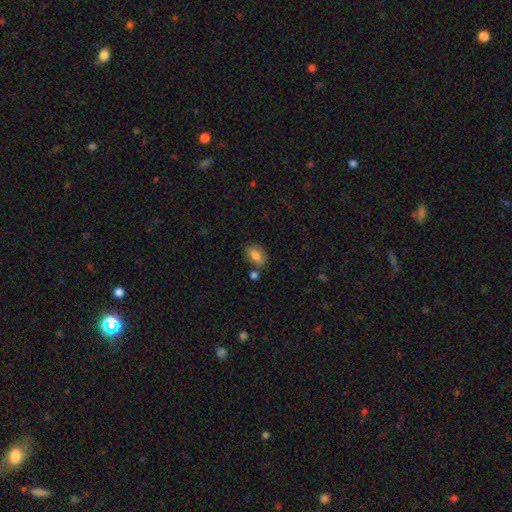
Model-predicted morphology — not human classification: The model was most divided on "merging": none: 74%, minor disturbance: 15%, merger: 8%, major disturbance: 3%. More confident: how rounded — in between (86%); smooth or featured — smooth (81%).